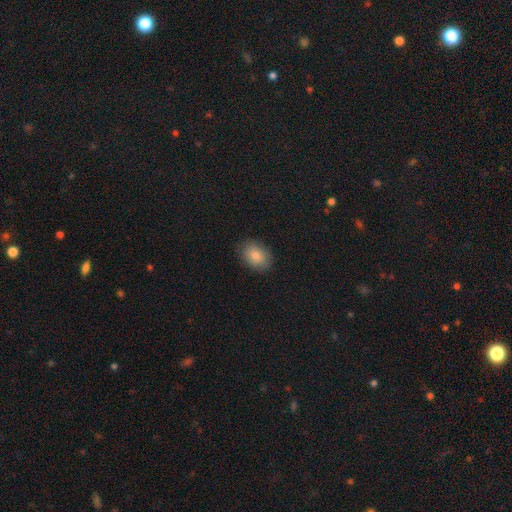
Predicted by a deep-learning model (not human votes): This is clearly a smooth galaxy (82%). How rounded: likely in between (74%). Merging: clearly none (86%).